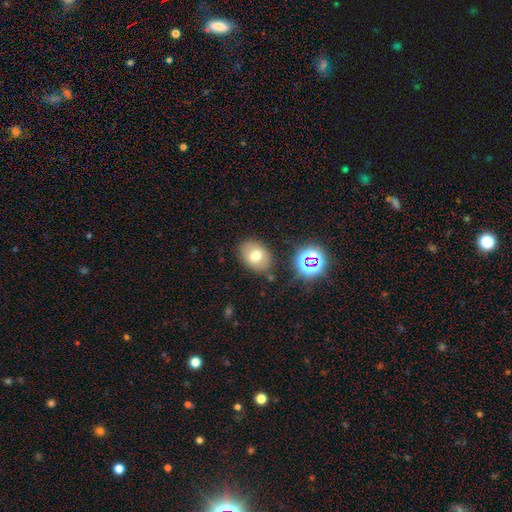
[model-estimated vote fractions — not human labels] Q: Smooth or featured?
A: smooth (71%); runner-up: featured or disk (16%)
Q: How rounded?
A: in between (65%); runner-up: round (34%)
Q: Merging?
A: none (81%); runner-up: minor disturbance (12%)